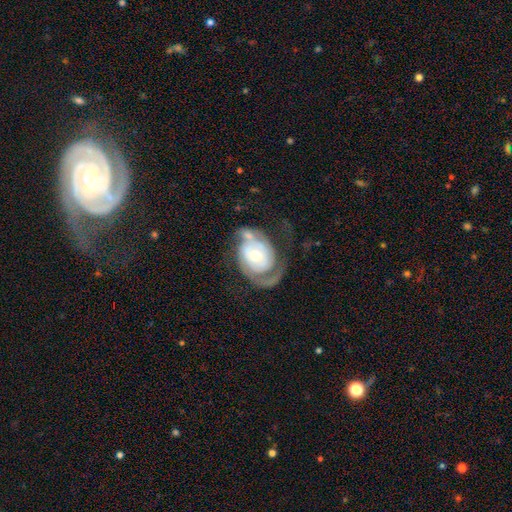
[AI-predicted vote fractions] Overall: featured or disk (79%). Edge-on disk: no (96%). Bar: no (74%). Spiral arms: yes (86%). Spiral arm count: 2 (47%; 1 30%). Spiral winding: tight (47%; medium 33%). Bulge size: moderate (52%; small 40%). Merging: none (38%; major disturbance 33%).